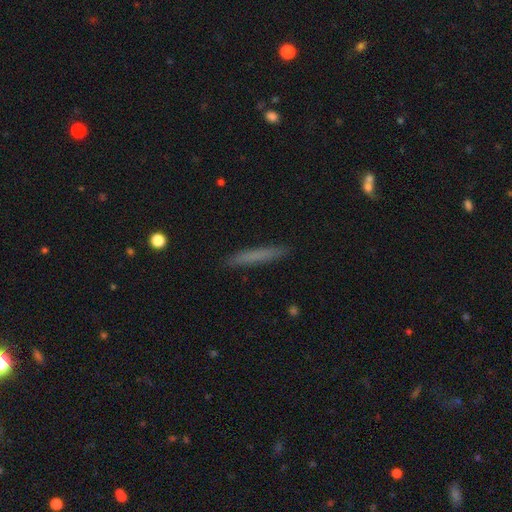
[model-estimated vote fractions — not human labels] A smooth galaxy with no disk features (70%) that is cigar-shaped (95%).

Vote fractions:
- Smooth or featured? smooth: 70% / featured or disk: 23% / star or artifact: 7%
- How rounded? cigar-shaped: 95% / in between: 3% / round: 1%
- Merging? none: 90% / minor disturbance: 7% / major disturbance: 2% / merger: 1%